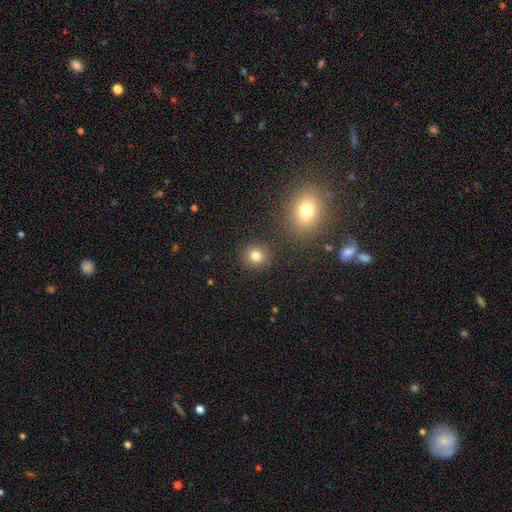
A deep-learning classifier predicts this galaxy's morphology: type=smooth (79%); roundness=round (86%); merging=none (87%).